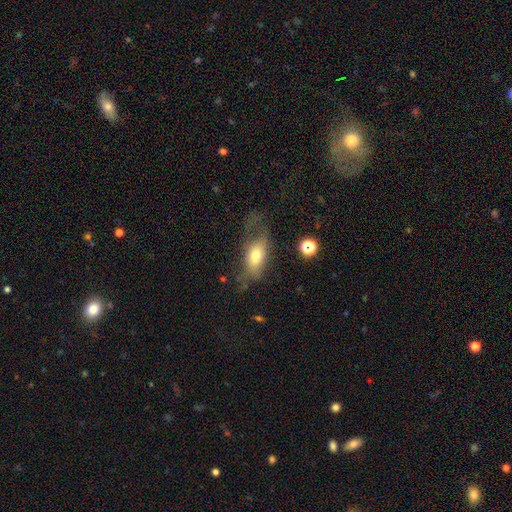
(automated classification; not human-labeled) smooth-or-featured: smooth: 65% | featured or disk: 26% | star or artifact: 9%
  how-rounded: in between: 83% | cigar-shaped: 9% | round: 8%
  merging: major disturbance: 38% | none: 35% | minor disturbance: 24% | merger: 3%